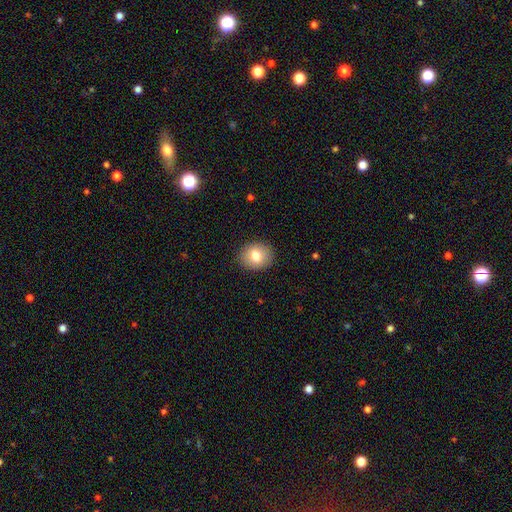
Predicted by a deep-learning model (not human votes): This is likely a smooth galaxy (78%). How rounded: likely round (62%). Merging: clearly none (90%).